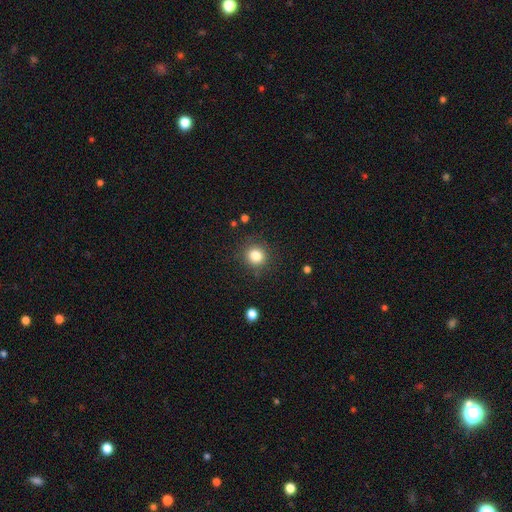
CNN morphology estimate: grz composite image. It shows a smooth galaxy with no disk features (83%) that is round (90%). Merging: none (87%).